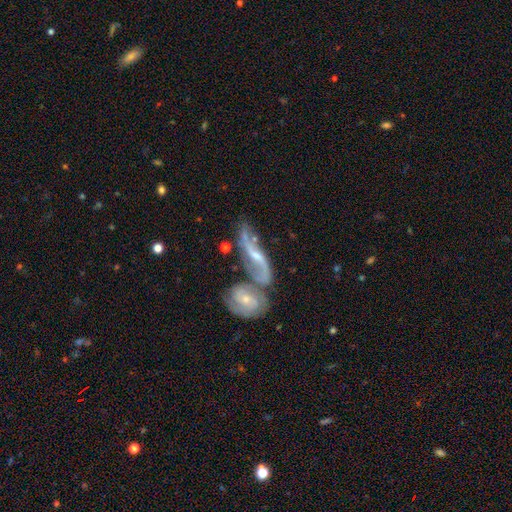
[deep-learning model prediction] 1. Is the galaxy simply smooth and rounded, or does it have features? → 84% featured or disk, 10% smooth, 6% star or artifact.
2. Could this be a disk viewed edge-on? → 83% no, 17% yes.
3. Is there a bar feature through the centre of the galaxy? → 43% weak, 29% no, 28% strong.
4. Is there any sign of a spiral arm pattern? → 93% yes, 7% no.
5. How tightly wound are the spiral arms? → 64% loose, 26% medium, 10% tight.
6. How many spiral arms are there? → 87% 2, 6% can't tell, 3% 1, 2% 3, 1% 4, 1% more than 4.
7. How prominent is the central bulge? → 58% small, 36% moderate, 3% none, 2% large, 1% dominant.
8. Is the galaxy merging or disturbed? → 51% merger, 30% none, 12% minor disturbance, 8% major disturbance.